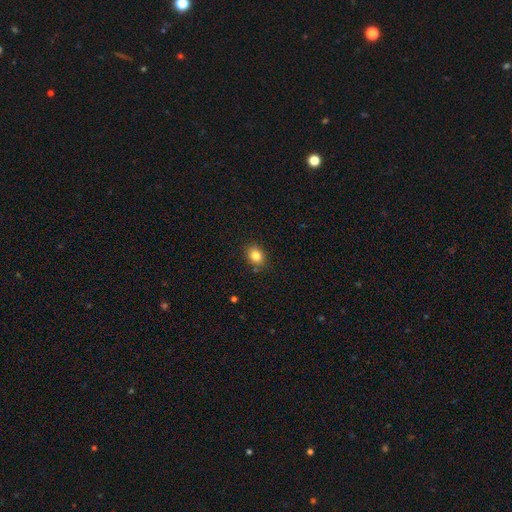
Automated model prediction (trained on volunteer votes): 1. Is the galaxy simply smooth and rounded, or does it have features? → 84% smooth, 10% star or artifact, 6% featured or disk.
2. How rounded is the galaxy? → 53% in between, 46% round, 1% cigar-shaped.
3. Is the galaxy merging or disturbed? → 85% none, 10% minor disturbance, 2% merger, 2% major disturbance.